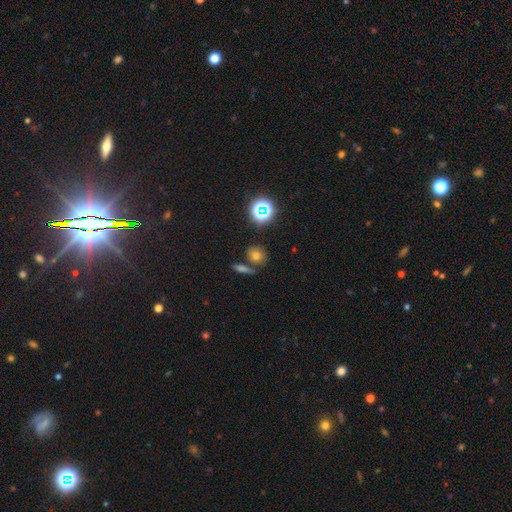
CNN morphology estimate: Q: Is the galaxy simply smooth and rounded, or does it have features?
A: smooth — 67%.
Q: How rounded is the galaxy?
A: round — 68%.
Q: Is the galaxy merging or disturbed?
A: none — 70%.